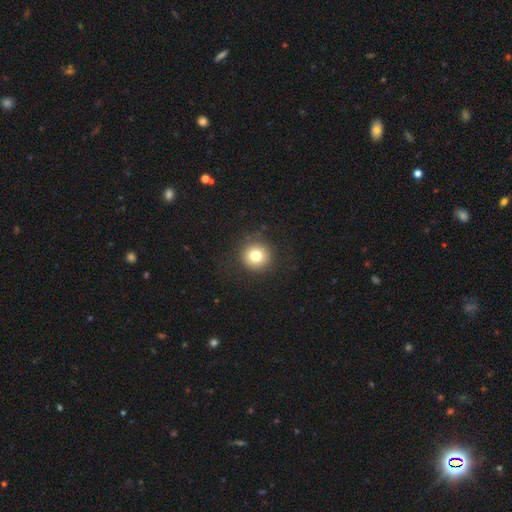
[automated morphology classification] type=smooth (78%); roundness=round (95%); merging=none (89%).